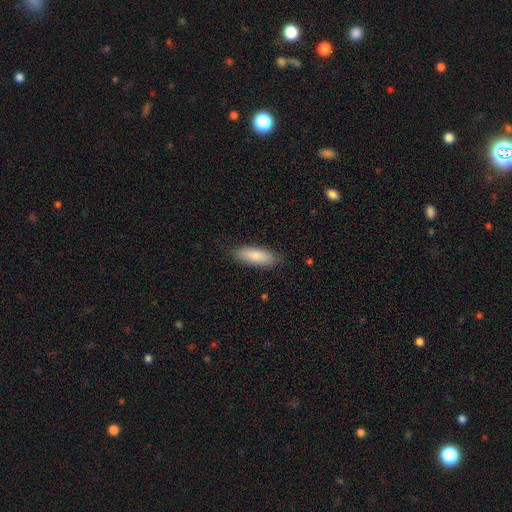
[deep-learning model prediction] Morphology: type=smooth (85%); roundness=in between (70%); merging=none (85%).